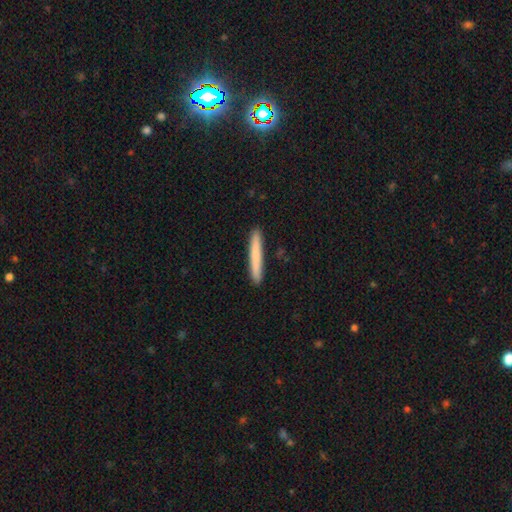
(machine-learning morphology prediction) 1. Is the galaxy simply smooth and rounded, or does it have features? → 77% smooth, 18% featured or disk, 6% star or artifact.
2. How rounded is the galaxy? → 96% cigar-shaped, 3% in between, 1% round.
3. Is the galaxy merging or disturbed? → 91% none, 6% minor disturbance, 1% major disturbance, 1% merger.